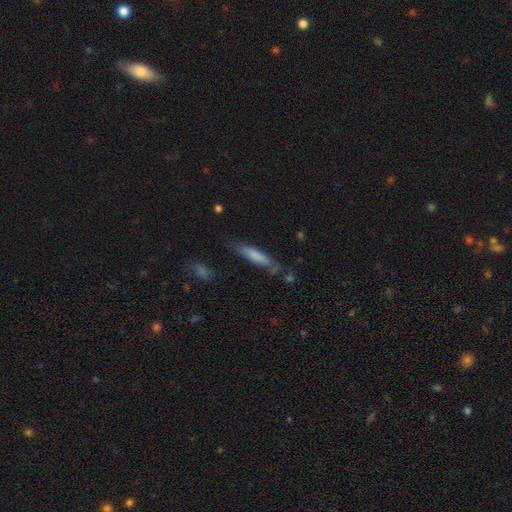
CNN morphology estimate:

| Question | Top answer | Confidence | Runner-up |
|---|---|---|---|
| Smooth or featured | smooth | 75% | featured or disk (18%) |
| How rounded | cigar-shaped | 79% | in between (19%) |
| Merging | none | 68% | minor disturbance (21%) |